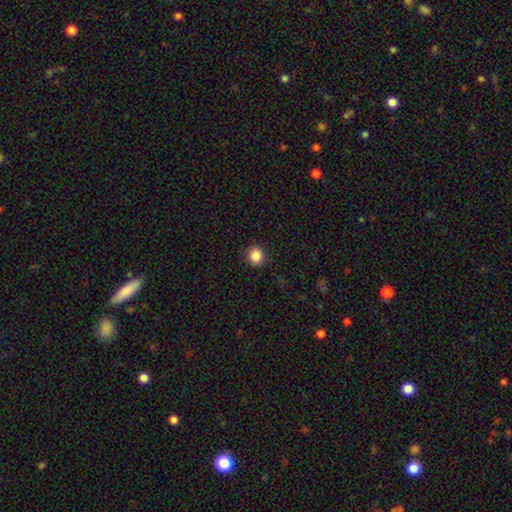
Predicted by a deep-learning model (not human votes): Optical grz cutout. It shows a smooth galaxy with no disk features (87%) that is round (86%). Merging: none (90%).